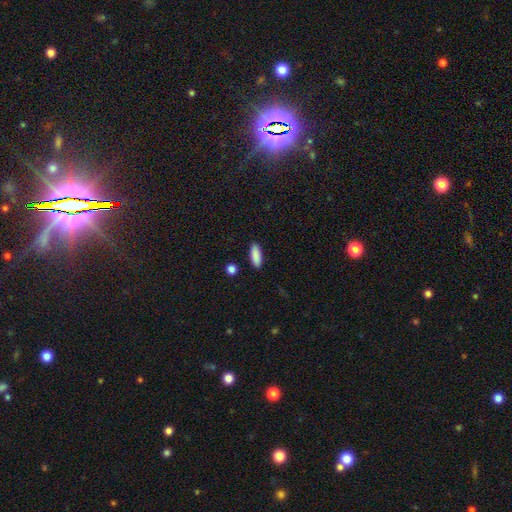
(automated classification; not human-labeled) Morphology: type=smooth (89%); roundness=in between (61%); merging=none (89%).